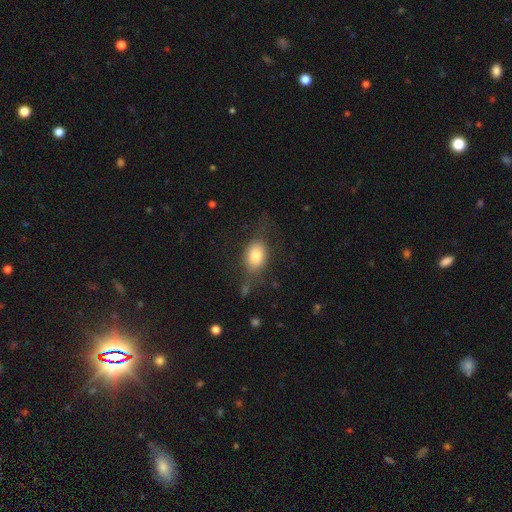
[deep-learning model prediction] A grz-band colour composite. It shows a smooth galaxy with no disk features (77%) that is in between round and cigar-shaped (76%). Merging: none (59%).